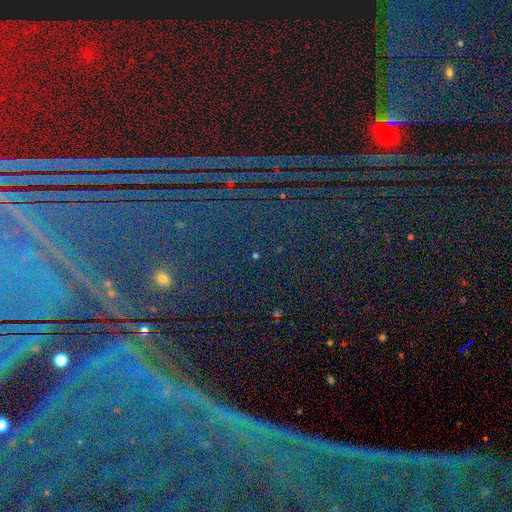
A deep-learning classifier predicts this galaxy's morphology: A star or artifact, not a galaxy (76%).

Vote fractions:
- Smooth or featured? star or artifact: 76% / smooth: 15% / featured or disk: 9%